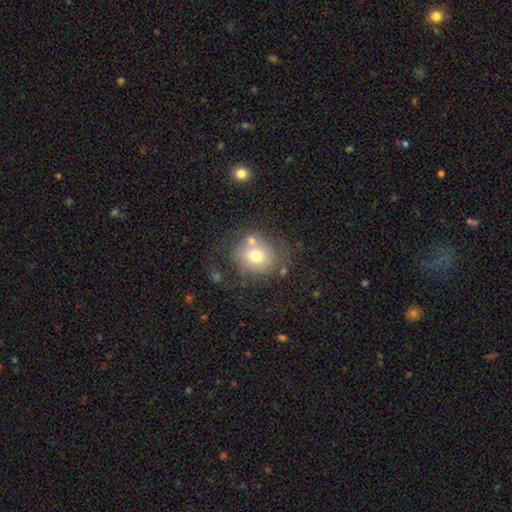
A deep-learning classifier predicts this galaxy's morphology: smooth-or-featured: smooth: 68% | featured or disk: 20% | star or artifact: 12%
  how-rounded: round: 80% | in between: 19% | cigar-shaped: 1%
  merging: none: 56% | minor disturbance: 17% | merger: 16% | major disturbance: 10%